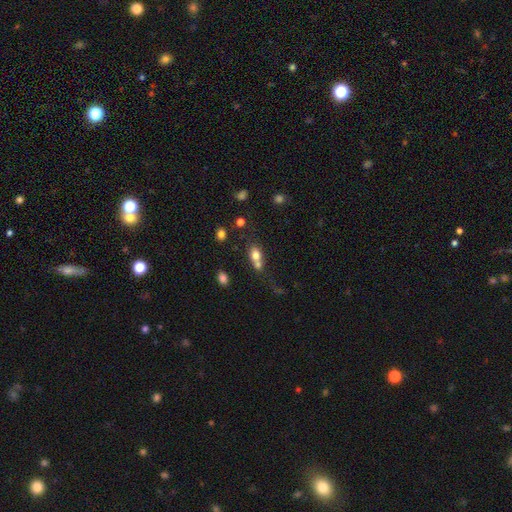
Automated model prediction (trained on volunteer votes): A smooth galaxy with no disk features (73%) that is in between round and cigar-shaped (62%).

Vote fractions:
- Smooth or featured? smooth: 73% / featured or disk: 16% / star or artifact: 11%
- How rounded? in between: 62% / round: 34% / cigar-shaped: 4%
- Merging? merger: 60% / none: 26% / minor disturbance: 9% / major disturbance: 5%